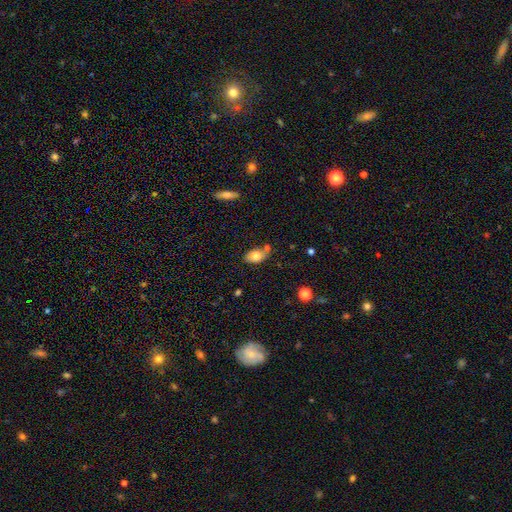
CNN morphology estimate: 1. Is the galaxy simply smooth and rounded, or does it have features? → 78% smooth, 14% featured or disk, 8% star or artifact.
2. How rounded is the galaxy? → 86% in between, 12% round, 2% cigar-shaped.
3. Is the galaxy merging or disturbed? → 58% none, 19% minor disturbance, 18% merger, 5% major disturbance.